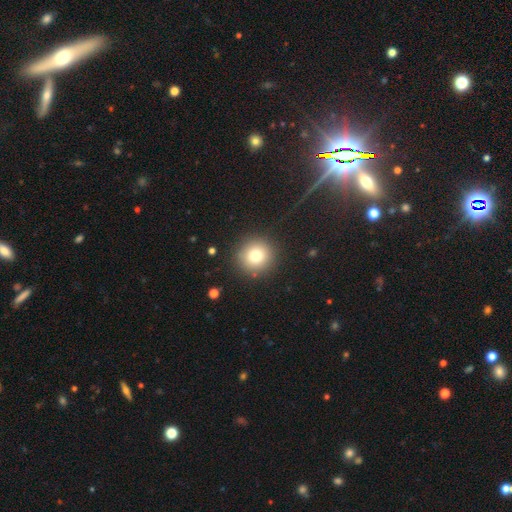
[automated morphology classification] A smooth galaxy with no disk features (77%) that is round (94%).

Vote fractions:
- Smooth or featured? smooth: 77% / star or artifact: 13% / featured or disk: 10%
- How rounded? round: 94% / in between: 5% / cigar-shaped: 1%
- Merging? none: 89% / minor disturbance: 6% / major disturbance: 3% / merger: 1%